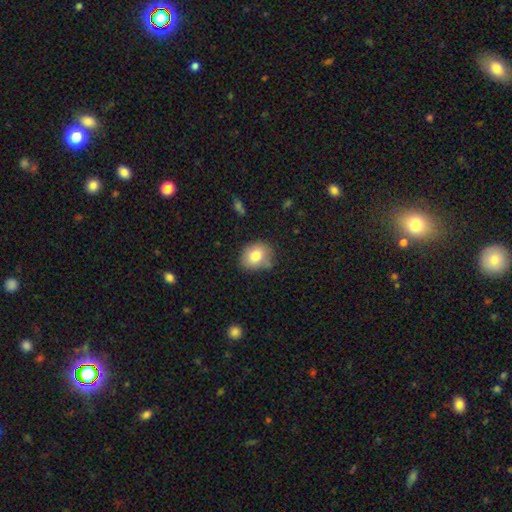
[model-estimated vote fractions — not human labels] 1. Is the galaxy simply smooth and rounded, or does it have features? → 79% smooth, 12% featured or disk, 9% star or artifact.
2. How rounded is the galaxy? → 60% round, 39% in between, 1% cigar-shaped.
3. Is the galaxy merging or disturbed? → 71% none, 21% minor disturbance, 4% major disturbance, 3% merger.